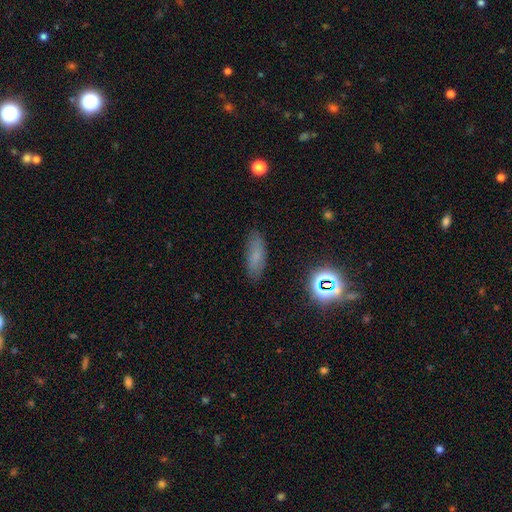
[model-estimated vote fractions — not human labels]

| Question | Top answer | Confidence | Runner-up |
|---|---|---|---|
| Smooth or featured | smooth | 69% | featured or disk (16%) |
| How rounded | in between | 68% | cigar-shaped (28%) |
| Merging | none | 81% | minor disturbance (14%) |